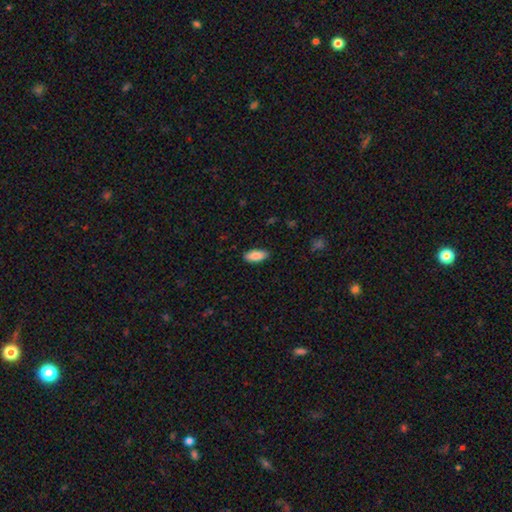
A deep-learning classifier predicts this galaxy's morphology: A smooth galaxy with no disk features (88%) that is in between round and cigar-shaped (83%).

Vote fractions:
- Smooth or featured? smooth: 88% / star or artifact: 6% / featured or disk: 6%
- How rounded? in between: 83% / cigar-shaped: 15% / round: 2%
- Merging? none: 88% / minor disturbance: 9% / major disturbance: 2% / merger: 1%